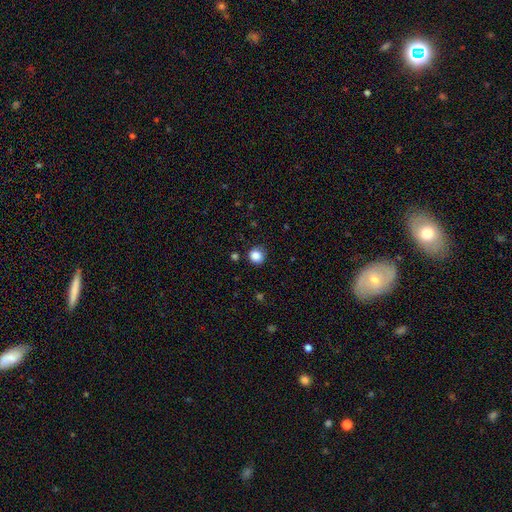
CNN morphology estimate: smooth-or-featured: smooth: 86% | star or artifact: 11% | featured or disk: 3%
  how-rounded: round: 90% | in between: 9% | cigar-shaped: 1%
  merging: none: 86% | minor disturbance: 10% | major disturbance: 3% | merger: 2%